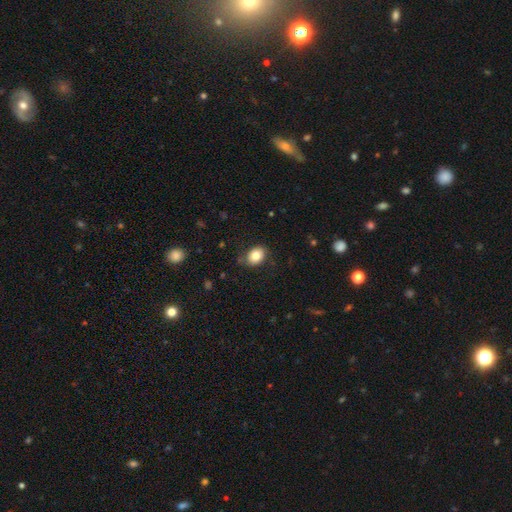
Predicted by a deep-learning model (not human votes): This appears to be a smooth galaxy with no disk features (82%) that is in between round and cigar-shaped (68%). Merging: none (80%).